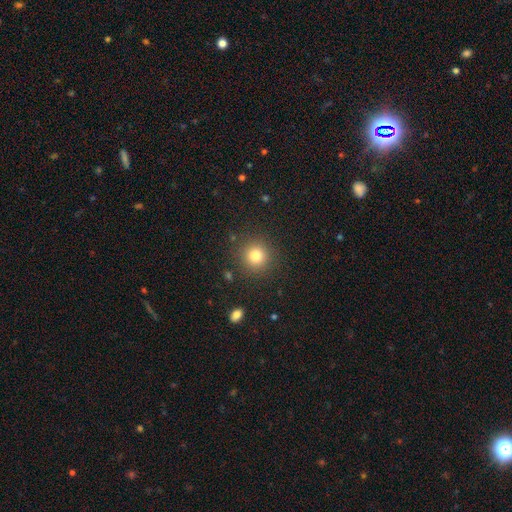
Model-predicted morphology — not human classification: Smooth or featured: smooth — 80% (star or artifact — 13%)
How rounded: round — 94% (in between — 5%)
Merging: none — 89% (minor disturbance — 6%)